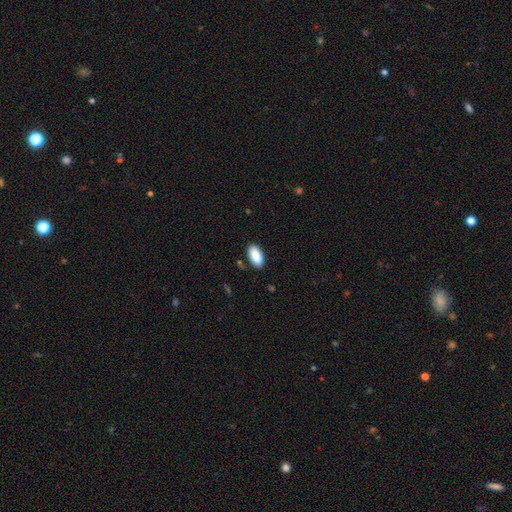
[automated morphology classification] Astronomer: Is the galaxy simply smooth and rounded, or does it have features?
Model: smooth — 90%.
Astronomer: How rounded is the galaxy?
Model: in between — 92%.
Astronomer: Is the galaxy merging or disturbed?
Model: none — 85%.